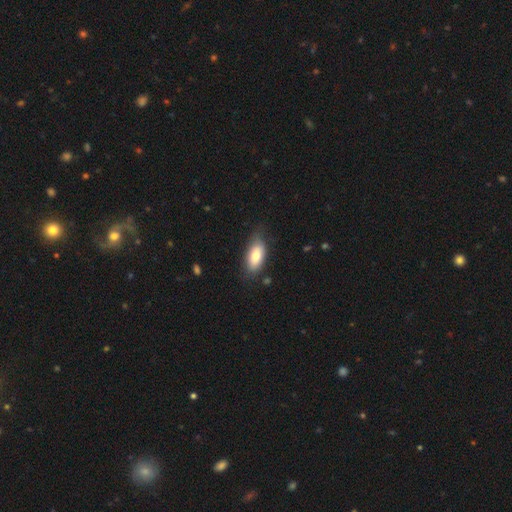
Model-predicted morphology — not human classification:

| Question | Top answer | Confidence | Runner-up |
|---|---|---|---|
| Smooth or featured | smooth | 79% | featured or disk (14%) |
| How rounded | in between | 89% | cigar-shaped (8%) |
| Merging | none | 74% | minor disturbance (20%) |